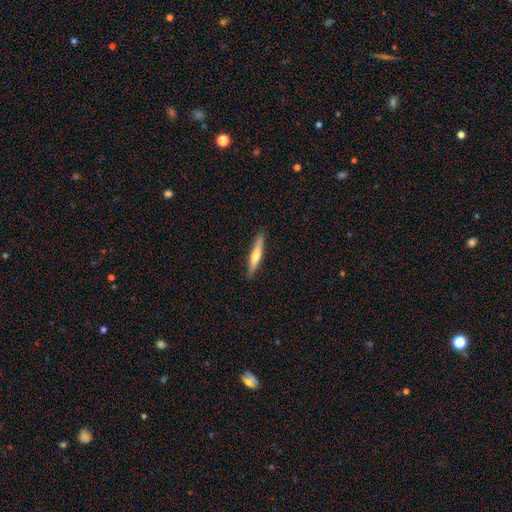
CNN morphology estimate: Smooth or featured? smooth (51%)
How rounded? cigar-shaped (91%)
Merging? none (90%)